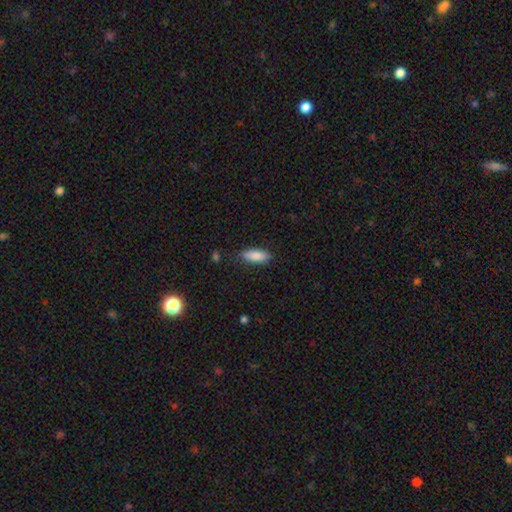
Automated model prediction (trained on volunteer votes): Smooth or featured: smooth — 87% (featured or disk — 7%)
How rounded: in between — 76% (cigar-shaped — 22%)
Merging: none — 83% (minor disturbance — 13%)